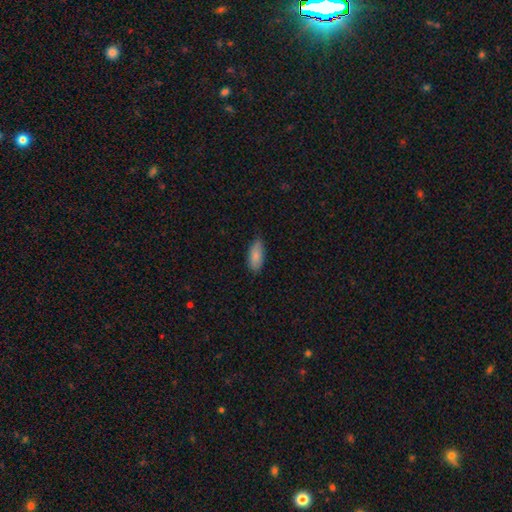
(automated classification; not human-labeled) Smooth or featured?
  - smooth: 86% *
  - featured or disk: 7%
  - star or artifact: 7%
How rounded?
  - in between: 84% *
  - cigar-shaped: 14%
  - round: 2%
Merging?
  - none: 79% *
  - minor disturbance: 17%
  - major disturbance: 2%
  - merger: 1%